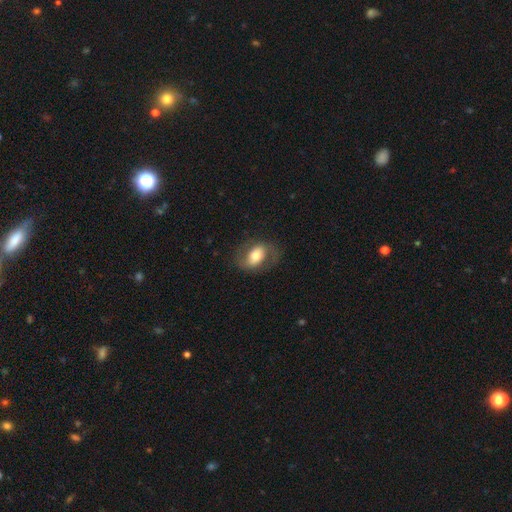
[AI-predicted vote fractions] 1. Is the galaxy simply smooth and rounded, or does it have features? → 50% featured or disk, 43% smooth, 7% star or artifact.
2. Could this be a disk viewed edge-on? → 94% no, 6% yes.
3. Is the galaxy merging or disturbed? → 72% none, 16% minor disturbance, 10% major disturbance, 1% merger.